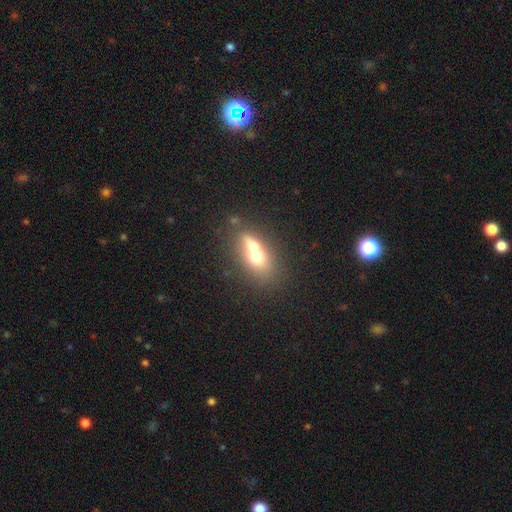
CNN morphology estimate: This is likely a smooth galaxy (60%). How rounded: likely in between (67%). Merging: likely merger (65%).